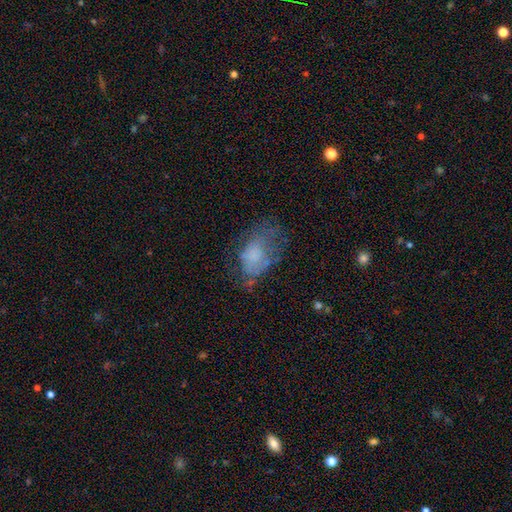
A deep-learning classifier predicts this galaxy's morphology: Smooth or featured?
  - smooth: 55% *
  - featured or disk: 33%
  - star or artifact: 12%
How rounded?
  - in between: 87% *
  - round: 11%
  - cigar-shaped: 2%
Merging?
  - none: 42% *
  - major disturbance: 28%
  - minor disturbance: 27%
  - merger: 3%